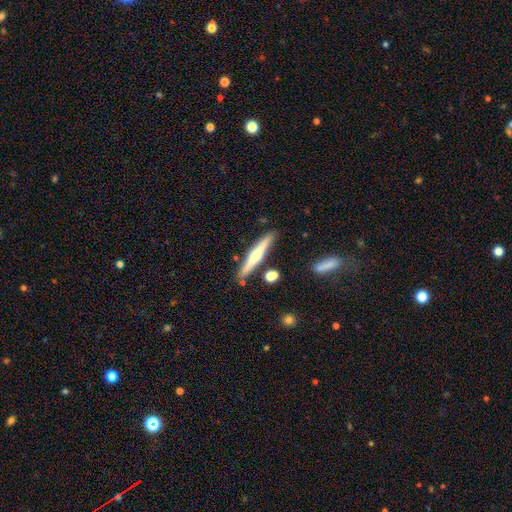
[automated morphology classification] Smooth or featured? featured or disk (52%)
Edge-on disk? yes (97%)
Merging? none (84%)